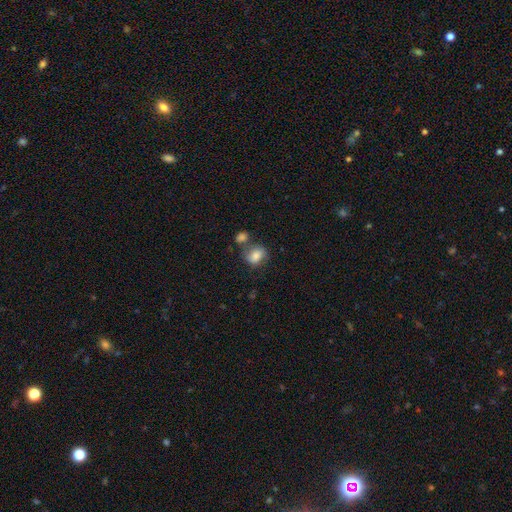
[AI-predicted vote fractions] smooth-or-featured: smooth: 77% | featured or disk: 14% | star or artifact: 9%
  how-rounded: in between: 51% | round: 47% | cigar-shaped: 1%
  merging: none: 50% | merger: 29% | minor disturbance: 15% | major disturbance: 6%